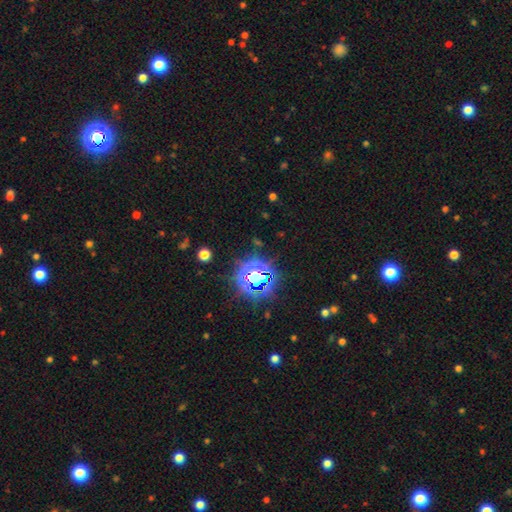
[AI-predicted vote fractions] Smooth or featured: star or artifact — 79% (smooth — 13%)